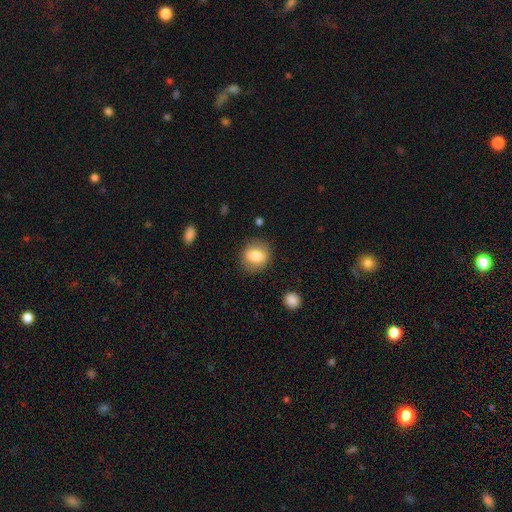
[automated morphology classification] Smooth or featured: smooth — 76% (featured or disk — 16%)
How rounded: round — 67% (in between — 32%)
Merging: none — 84% (minor disturbance — 11%)